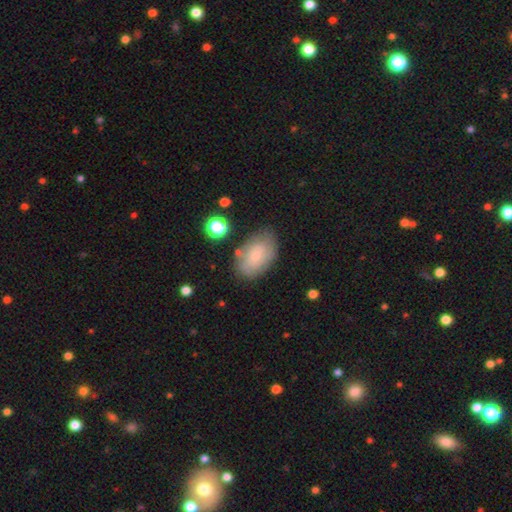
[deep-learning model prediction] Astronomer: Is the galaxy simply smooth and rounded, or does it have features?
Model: smooth — 63%.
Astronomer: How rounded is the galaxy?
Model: in between — 89%.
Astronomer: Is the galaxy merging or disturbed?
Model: none — 72%.